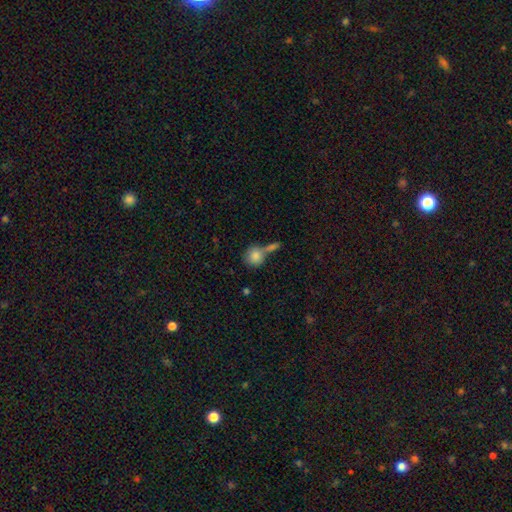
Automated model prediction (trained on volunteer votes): Morphology: type=smooth (83%); roundness=round (85%); merging=none (46%).